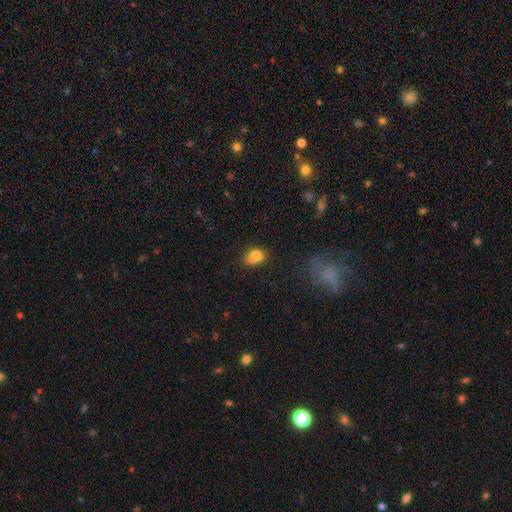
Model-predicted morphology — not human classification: smooth 80%, star or artifact 11%, featured or disk 9%. Down the decision tree: how rounded — in between (69%); merging — none (56%).